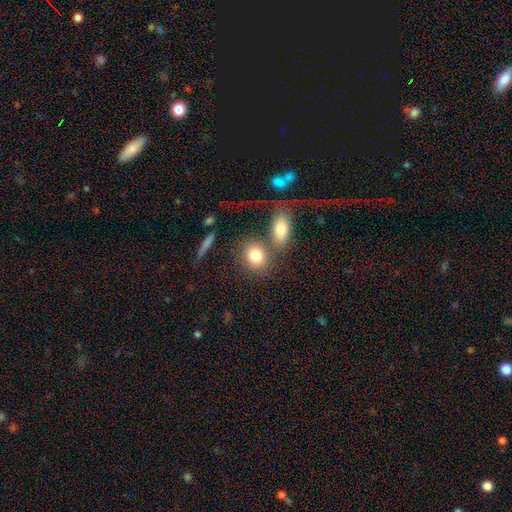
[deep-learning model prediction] smooth 81%, featured or disk 10%, star or artifact 9%. Down the decision tree: how rounded — round (57%); merging — none (55%).